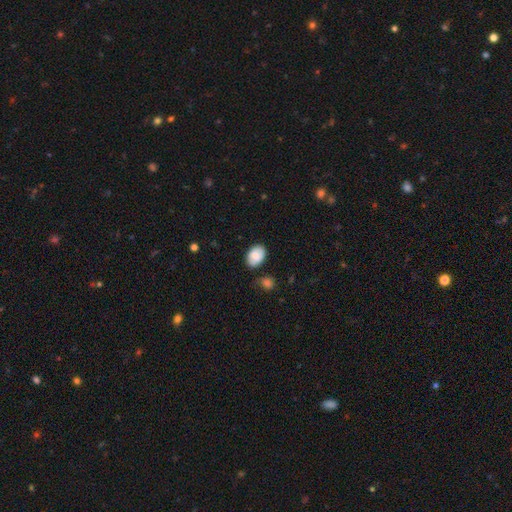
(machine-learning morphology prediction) Smooth or featured? smooth (81%)
How rounded? in between (84%)
Merging? none (71%)